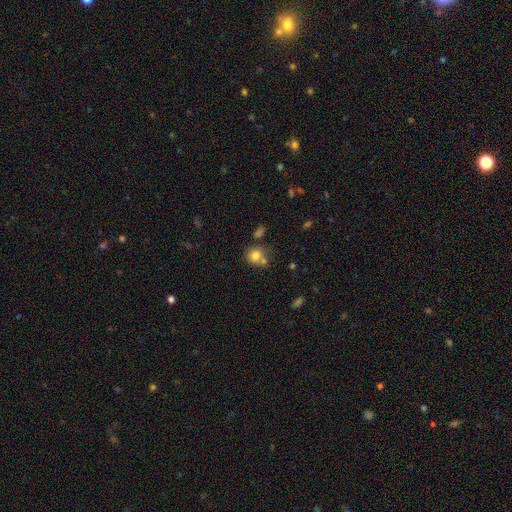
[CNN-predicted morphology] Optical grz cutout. It shows a smooth galaxy with no disk features (78%) that is round (78%). Merging: none (53%).